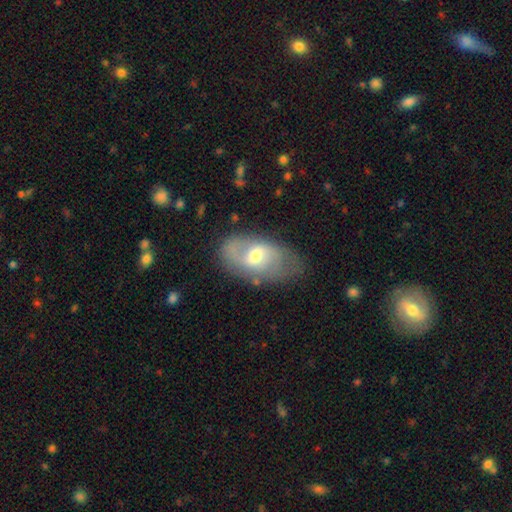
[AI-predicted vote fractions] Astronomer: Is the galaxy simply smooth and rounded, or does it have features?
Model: featured or disk — 63%.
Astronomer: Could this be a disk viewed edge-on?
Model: no — 94%.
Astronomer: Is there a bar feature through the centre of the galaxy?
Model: weak — 54%.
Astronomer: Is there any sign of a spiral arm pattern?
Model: yes — 76%.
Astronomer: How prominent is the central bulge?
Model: moderate — 55% (runner-up: small, 38%).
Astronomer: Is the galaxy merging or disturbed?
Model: none — 70%.